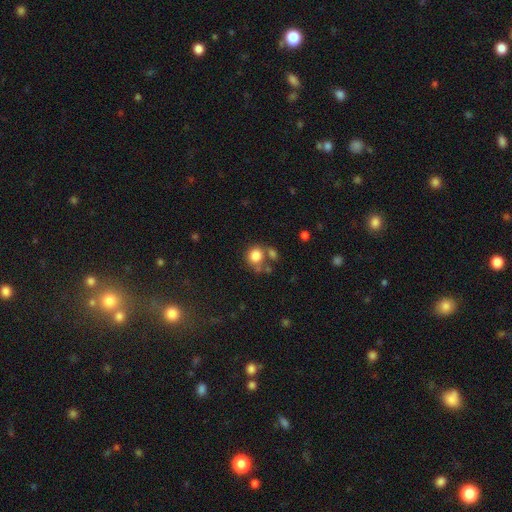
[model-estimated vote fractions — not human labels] smooth 81%, star or artifact 10%, featured or disk 8%. Down the decision tree: how rounded — round (76%); merging — none (50%).